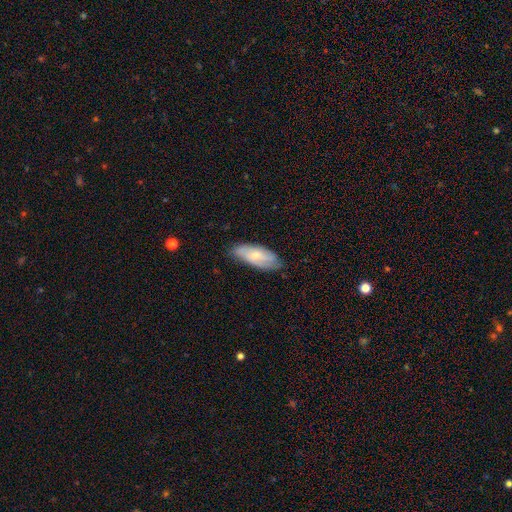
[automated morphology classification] Q: Smooth or featured?
A: smooth (50%); runner-up: featured or disk (44%)
Q: Merging?
A: none (71%); runner-up: minor disturbance (23%)